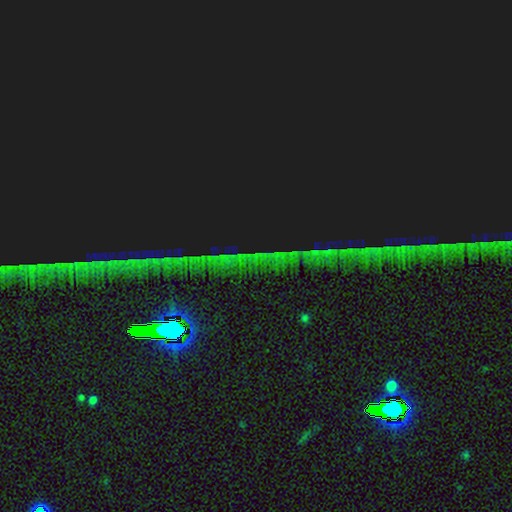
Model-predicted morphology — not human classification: Q: Smooth or featured?
A: star or artifact (85%); runner-up: smooth (8%)